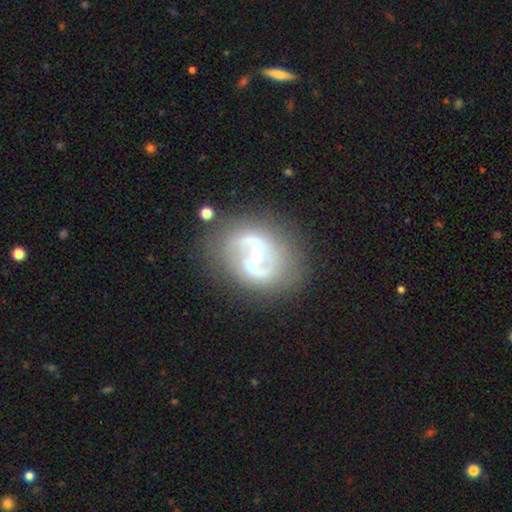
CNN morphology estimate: The model was most divided on "bulge size": moderate: 49%, small: 45%, large: 3%, none: 1%, dominant: 1%. Remaining: edge-on disk — no (96%); smooth or featured — featured or disk (78%); merging — none (67%); spiral arms — yes (63%); bar — no (46%).